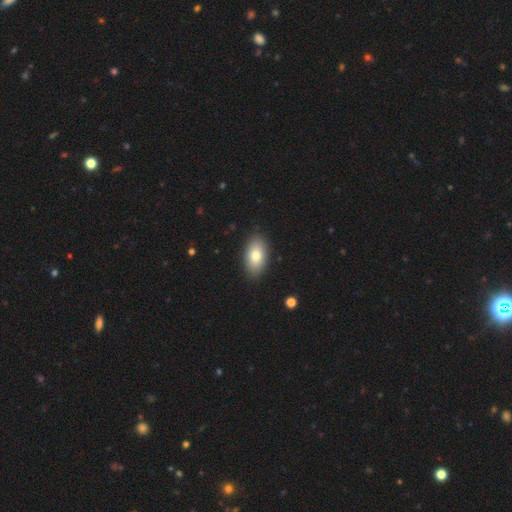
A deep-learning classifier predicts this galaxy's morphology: Smooth or featured? Predicted: smooth (p=0.77). How rounded? Predicted: in between (p=0.92). Merging? Predicted: none (p=0.88).